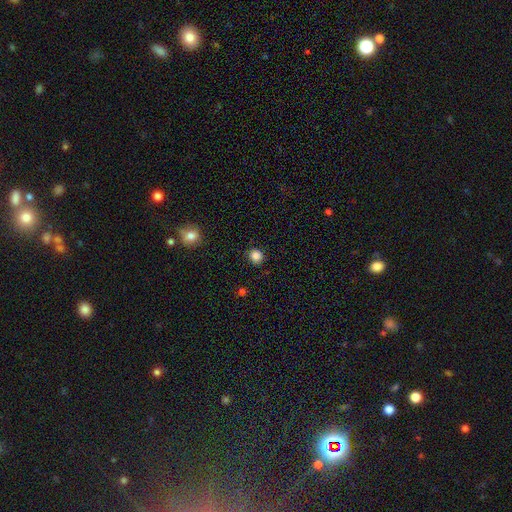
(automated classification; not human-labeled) Smooth or featured?
  - smooth: 85% *
  - star or artifact: 11%
  - featured or disk: 4%
How rounded?
  - round: 88% *
  - in between: 11%
  - cigar-shaped: 1%
Merging?
  - none: 90% *
  - minor disturbance: 7%
  - major disturbance: 2%
  - merger: 1%